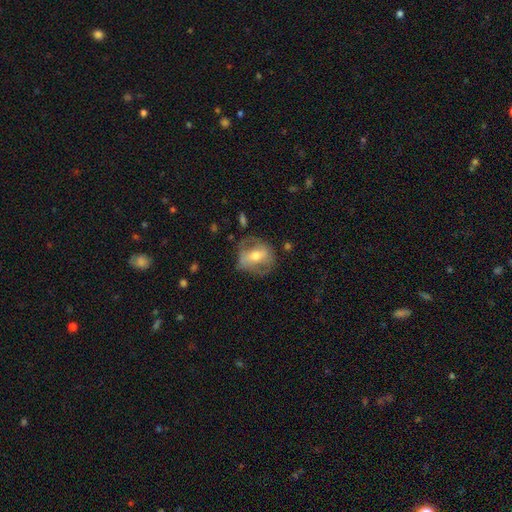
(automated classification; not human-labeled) The model was most divided on "spiral arms" (2-way tie): yes: 50%, no: 50%. Remaining: edge-on disk — no (91%); merging — none (64%); bulge size — moderate (64%); smooth or featured — featured or disk (59%); bar — strong (41%).